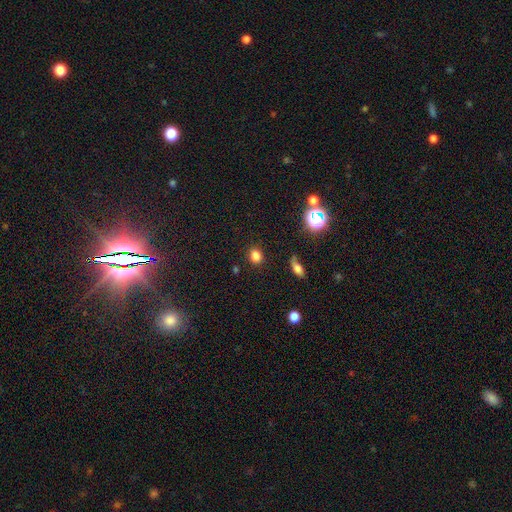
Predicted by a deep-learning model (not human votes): smooth 80%, star or artifact 15%, featured or disk 5%. Down the decision tree: how rounded — round (61%); merging — none (86%).